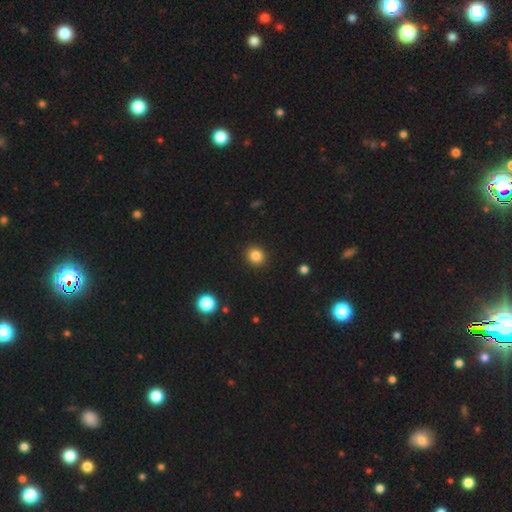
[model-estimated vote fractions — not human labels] This is clearly a smooth galaxy (84%). How rounded: clearly round (83%). Merging: clearly none (92%).